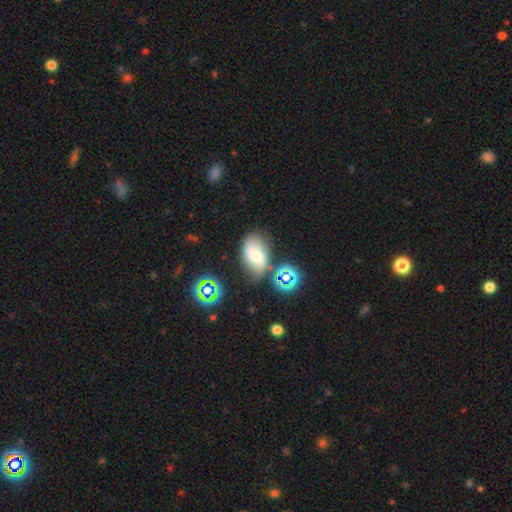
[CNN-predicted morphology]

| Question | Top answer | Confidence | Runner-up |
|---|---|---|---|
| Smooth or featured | smooth | 45% | featured or disk (39%) |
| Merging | none | 60% | minor disturbance (23%) |